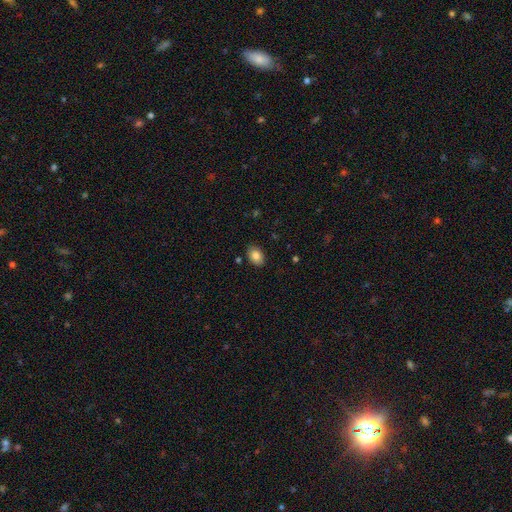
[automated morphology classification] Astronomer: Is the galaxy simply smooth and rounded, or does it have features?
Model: smooth — 84%.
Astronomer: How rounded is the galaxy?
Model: in between — 82%.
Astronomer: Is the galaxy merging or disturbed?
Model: none — 86%.